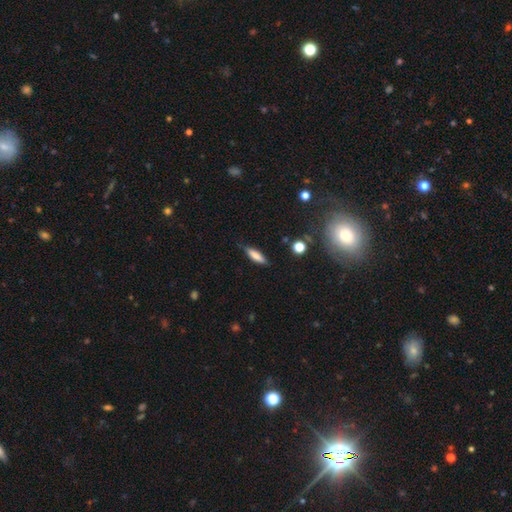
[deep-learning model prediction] Smooth or featured: smooth — 74% (featured or disk — 18%)
How rounded: cigar-shaped — 58% (in between — 40%)
Merging: none — 77% (minor disturbance — 17%)